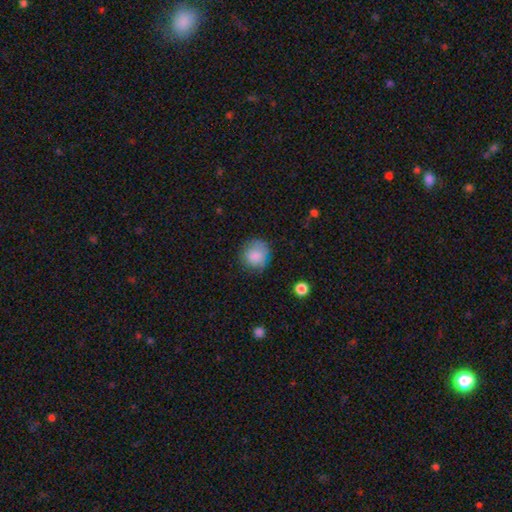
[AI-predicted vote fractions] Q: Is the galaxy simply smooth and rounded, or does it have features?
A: smooth — 83%.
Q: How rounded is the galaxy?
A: round — 85%.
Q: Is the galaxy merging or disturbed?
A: none — 68%.